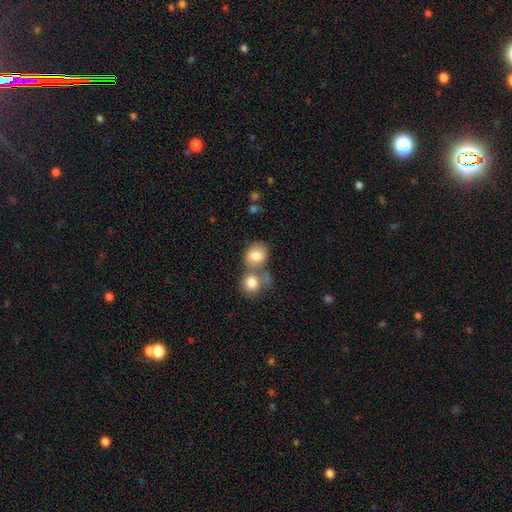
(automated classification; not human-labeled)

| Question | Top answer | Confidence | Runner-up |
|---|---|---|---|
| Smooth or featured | smooth | 81% | featured or disk (11%) |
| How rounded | round | 60% | in between (39%) |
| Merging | merger | 50% | none (34%) |